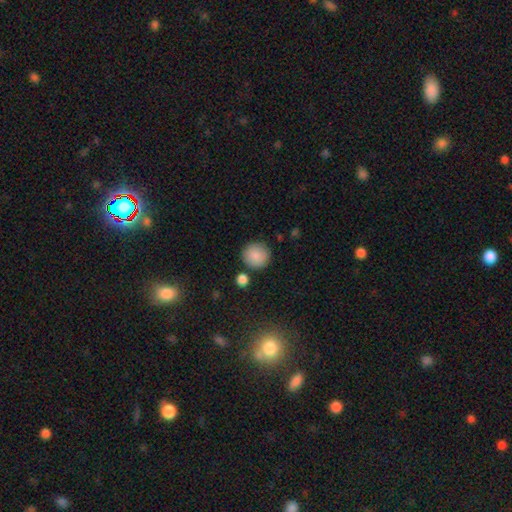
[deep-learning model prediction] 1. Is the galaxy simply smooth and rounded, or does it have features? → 87% smooth, 8% star or artifact, 5% featured or disk.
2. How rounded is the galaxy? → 93% round, 6% in between, 1% cigar-shaped.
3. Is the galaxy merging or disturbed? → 84% none, 8% minor disturbance, 5% merger, 3% major disturbance.